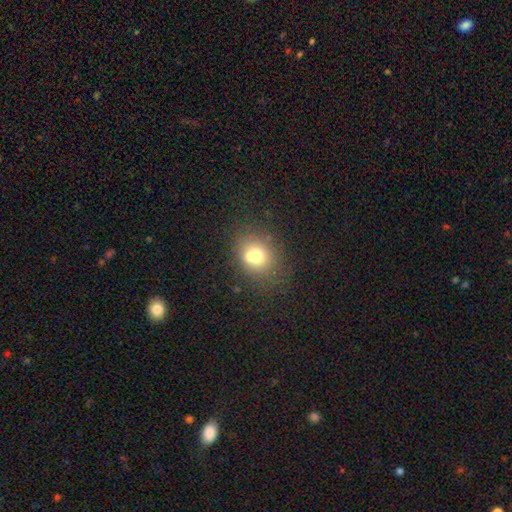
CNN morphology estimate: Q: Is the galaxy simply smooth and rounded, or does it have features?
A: smooth — 68%.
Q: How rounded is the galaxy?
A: round — 64%.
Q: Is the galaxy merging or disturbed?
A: none — 55%.